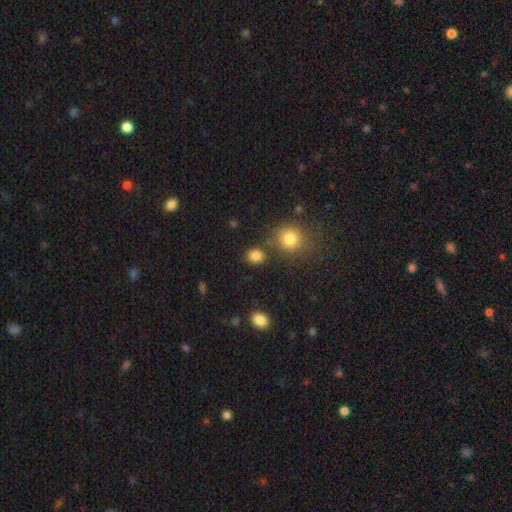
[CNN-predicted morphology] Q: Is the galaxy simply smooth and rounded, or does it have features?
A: smooth — 84%.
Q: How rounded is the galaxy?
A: round — 76%.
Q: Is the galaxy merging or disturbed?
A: none — 78%.